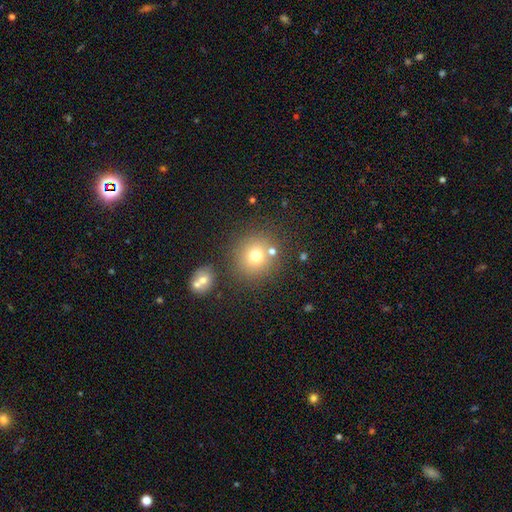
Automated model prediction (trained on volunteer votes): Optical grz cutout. It shows a smooth galaxy with no disk features (73%) that is round (90%). Merging: none (75%).